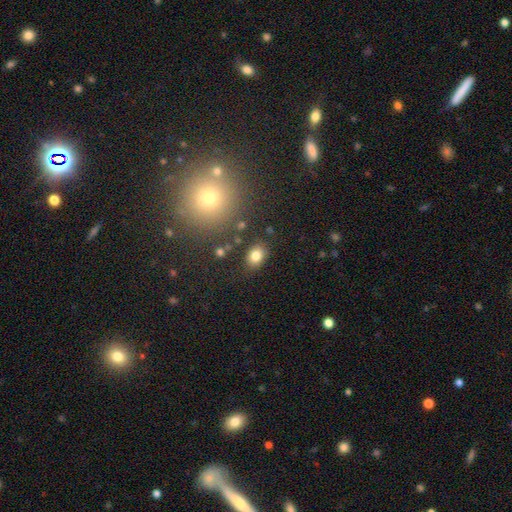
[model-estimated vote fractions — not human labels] This appears to be a smooth galaxy with no disk features (81%) that is in between round and cigar-shaped (69%). Merging: none (82%).